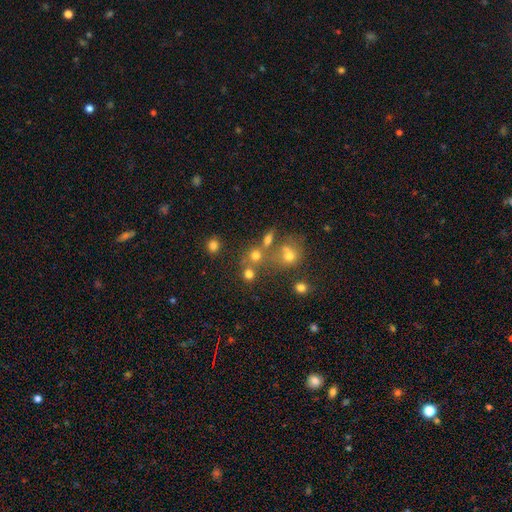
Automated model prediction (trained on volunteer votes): A smooth galaxy with no disk features (62%) that is round (81%). Merging: none (52%).